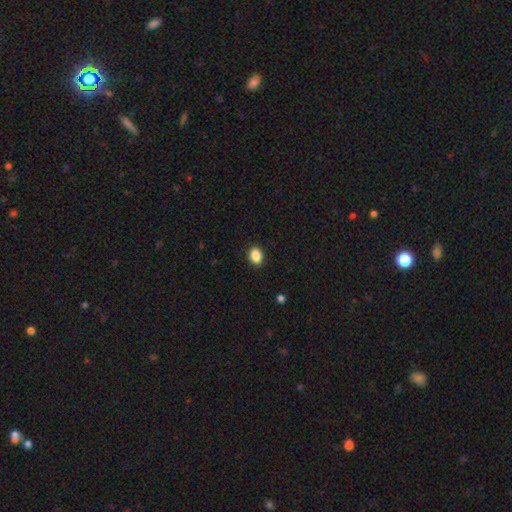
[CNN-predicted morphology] smooth-or-featured: smooth: 88% | star or artifact: 9% | featured or disk: 3%
  how-rounded: in between: 65% | round: 34% | cigar-shaped: 1%
  merging: none: 90% | minor disturbance: 8% | major disturbance: 2% | merger: 1%